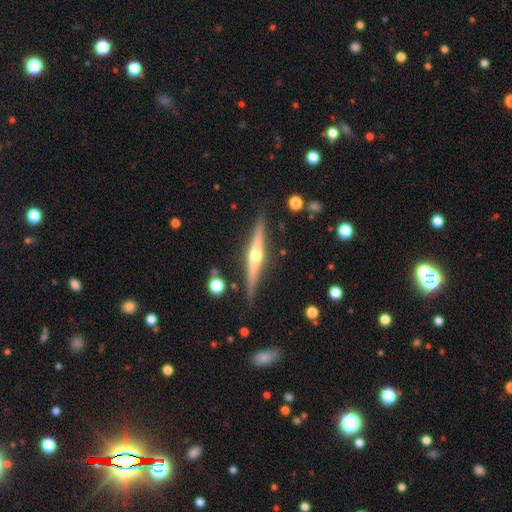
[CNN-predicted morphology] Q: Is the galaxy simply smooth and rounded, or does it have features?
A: featured or disk — 76%.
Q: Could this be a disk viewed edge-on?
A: yes — 98%.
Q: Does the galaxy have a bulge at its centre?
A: rounded — 92%.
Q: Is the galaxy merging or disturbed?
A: none — 87%.